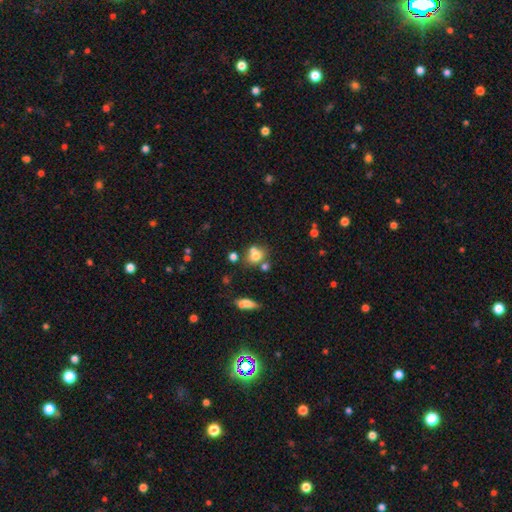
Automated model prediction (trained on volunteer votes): Smooth or featured? smooth (70%)
How rounded? round (66%)
Merging? none (44%)